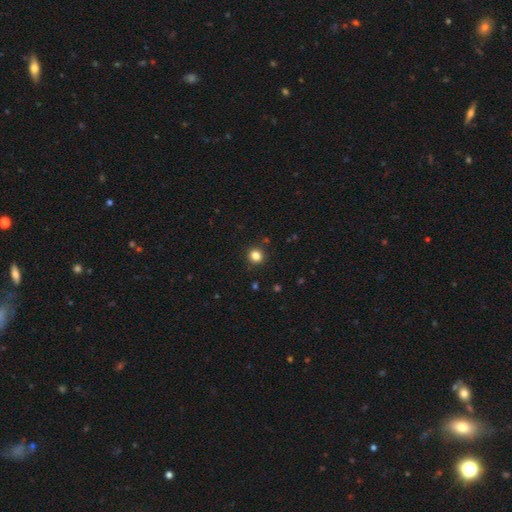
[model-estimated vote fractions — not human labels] smooth_or_featured: smooth (p=0.83) [alt: star or artifact p=0.13]
how_rounded: round (p=0.91) [alt: in between p=0.09]
merging: none (p=0.91) [alt: minor disturbance p=0.06]